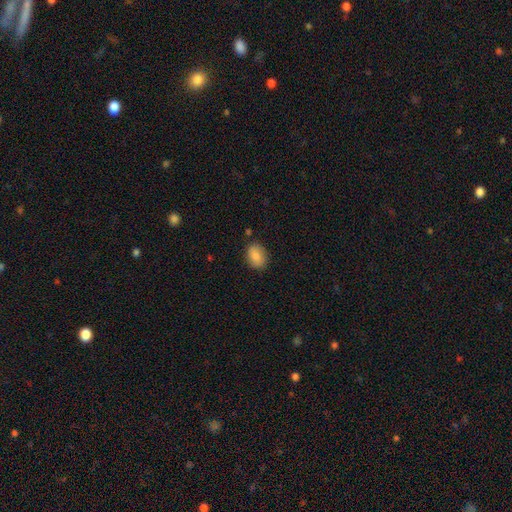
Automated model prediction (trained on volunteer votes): Smooth or featured: smooth — 86% (star or artifact — 7%)
How rounded: in between — 69% (round — 30%)
Merging: none — 82% (minor disturbance — 13%)